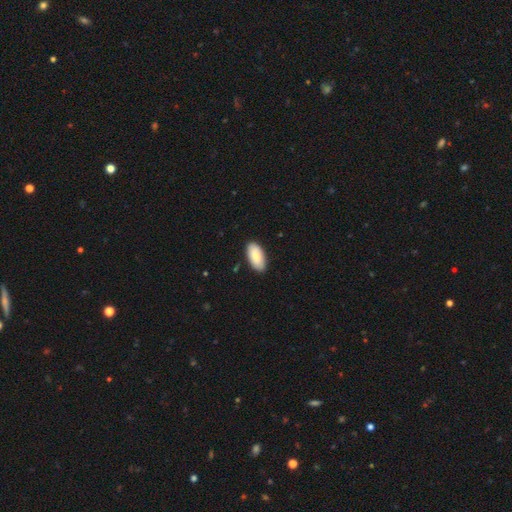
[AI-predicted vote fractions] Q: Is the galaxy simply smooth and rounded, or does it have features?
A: smooth — 82%.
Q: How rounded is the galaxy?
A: in between — 94%.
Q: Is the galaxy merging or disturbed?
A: none — 87%.